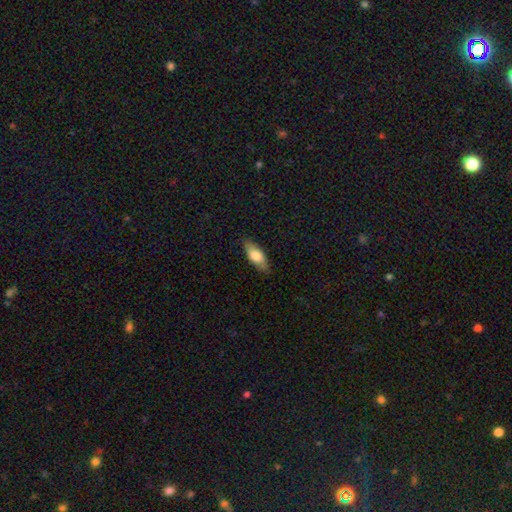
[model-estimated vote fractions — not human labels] This is likely a smooth galaxy (74%). How rounded: likely in between (76%). Merging: clearly none (84%).